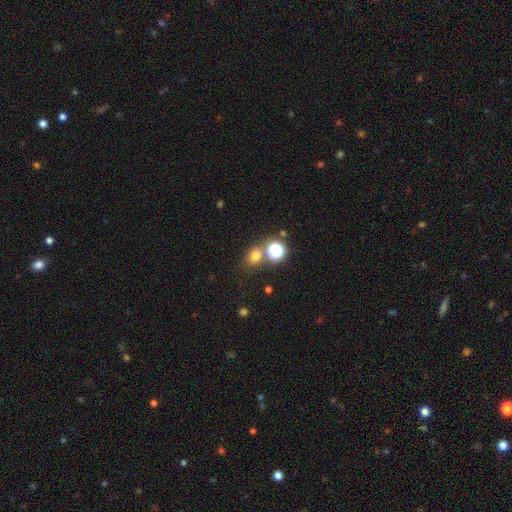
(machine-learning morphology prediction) This appears to be a smooth galaxy with no disk features (69%) that is round (67%). Merging: none (68%).